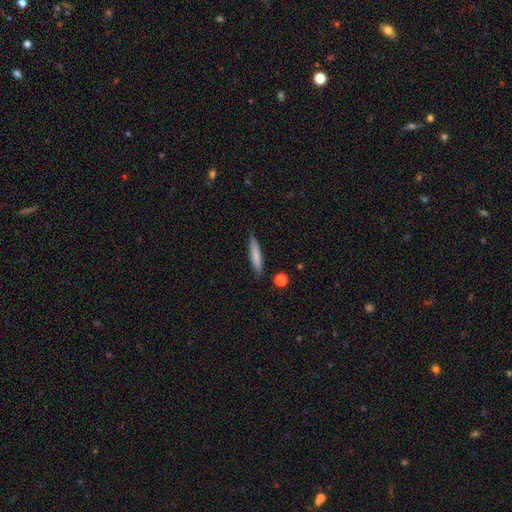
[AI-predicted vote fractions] A smooth galaxy with no disk features (77%) that is cigar-shaped (88%).

Vote fractions:
- Smooth or featured? smooth: 77% / featured or disk: 16% / star or artifact: 6%
- How rounded? cigar-shaped: 88% / in between: 11% / round: 1%
- Merging? none: 85% / minor disturbance: 11% / major disturbance: 2% / merger: 2%